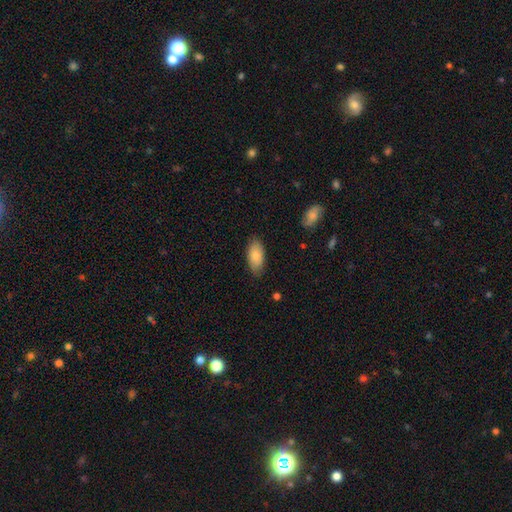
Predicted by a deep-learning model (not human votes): A smooth galaxy with no disk features (82%) that is in between round and cigar-shaped (92%). Merging: none (81%).